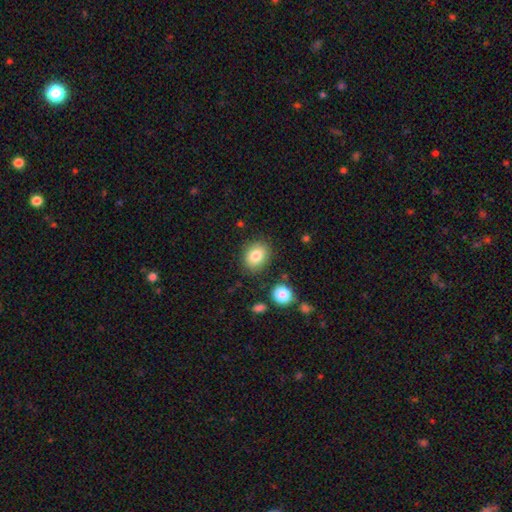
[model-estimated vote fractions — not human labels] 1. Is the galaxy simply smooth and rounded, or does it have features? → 82% smooth, 9% star or artifact, 9% featured or disk.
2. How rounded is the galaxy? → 50% in between, 49% round, 1% cigar-shaped.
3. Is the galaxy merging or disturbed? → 84% none, 10% minor disturbance, 3% merger, 3% major disturbance.